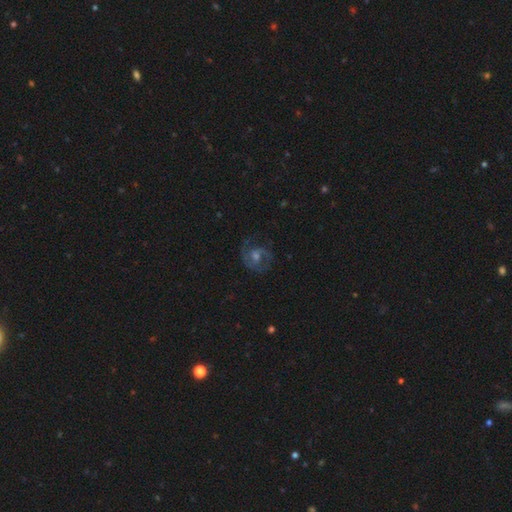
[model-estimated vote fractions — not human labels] Morphology: type=featured or disk (79%); edge-on=no (98%); bar=no (47%); spiral arms=yes (95%); winding=medium (50%); arm count=2 (81%); bulge=moderate (56%); merging=none (76%).